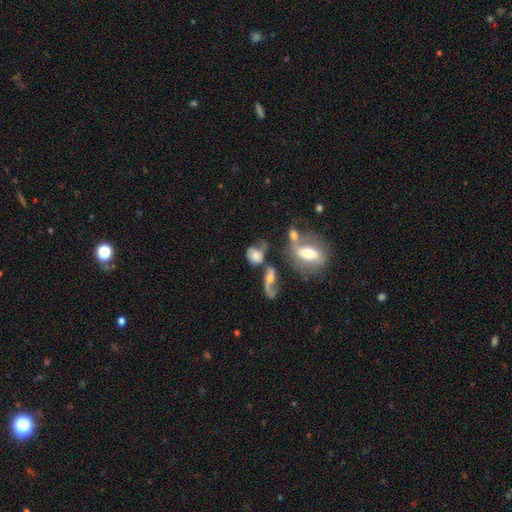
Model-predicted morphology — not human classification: smooth_or_featured: smooth (p=0.53) [alt: featured or disk p=0.36]
how_rounded: round (p=0.48) [tied with: in between p=0.48]
merging: merger (p=0.35) [alt: none p=0.26]